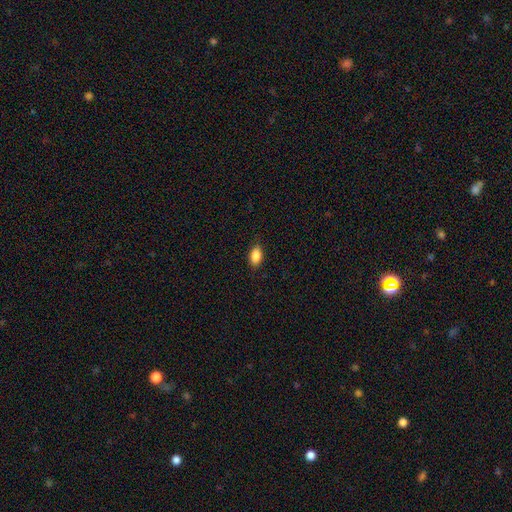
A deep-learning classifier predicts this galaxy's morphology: A smooth galaxy with no disk features (88%) that is in between round and cigar-shaped (90%).

Vote fractions:
- Smooth or featured? smooth: 88% / star or artifact: 8% / featured or disk: 4%
- How rounded? in between: 90% / round: 7% / cigar-shaped: 3%
- Merging? none: 84% / minor disturbance: 12% / major disturbance: 3% / merger: 1%